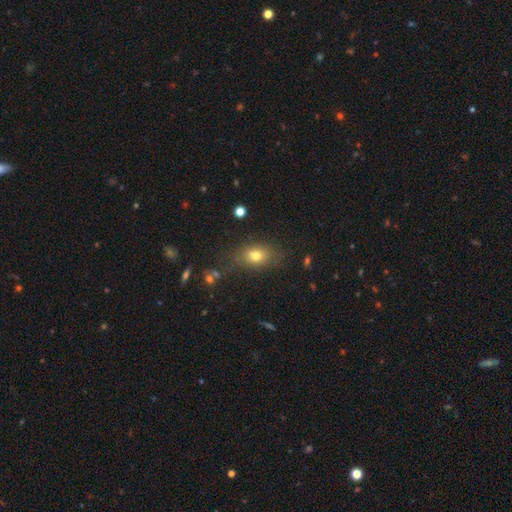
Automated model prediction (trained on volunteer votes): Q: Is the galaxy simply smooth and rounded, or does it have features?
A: smooth — 72%.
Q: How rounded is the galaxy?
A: in between — 67%.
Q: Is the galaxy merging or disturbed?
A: none — 70%.